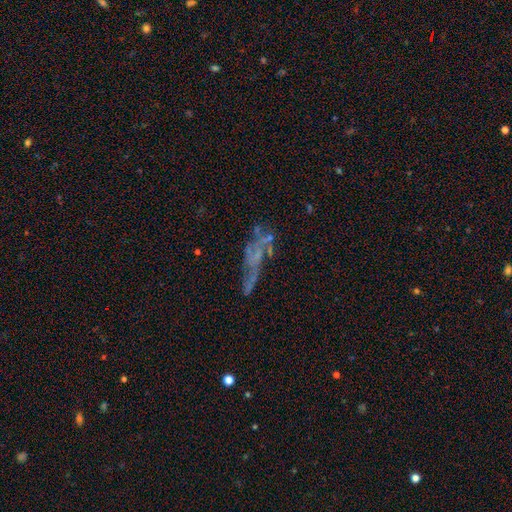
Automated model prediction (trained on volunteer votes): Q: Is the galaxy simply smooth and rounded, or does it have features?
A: featured or disk — 55%.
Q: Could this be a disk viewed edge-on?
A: no — 81%.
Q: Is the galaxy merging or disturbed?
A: none — 41%.